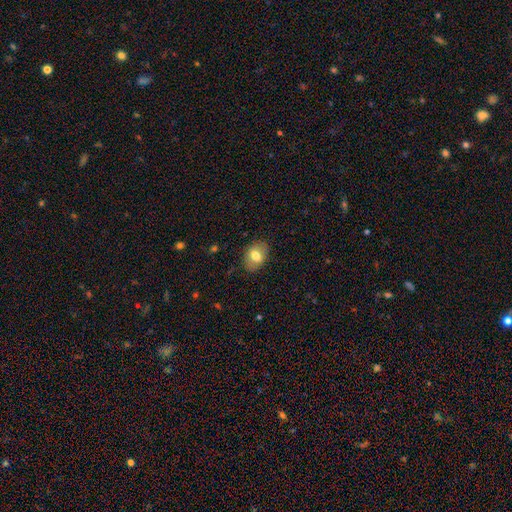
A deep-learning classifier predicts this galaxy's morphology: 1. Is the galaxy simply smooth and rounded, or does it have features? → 71% smooth, 21% featured or disk, 8% star or artifact.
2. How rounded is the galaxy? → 77% in between, 22% round, 1% cigar-shaped.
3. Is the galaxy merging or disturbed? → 83% none, 13% minor disturbance, 3% major disturbance, 1% merger.